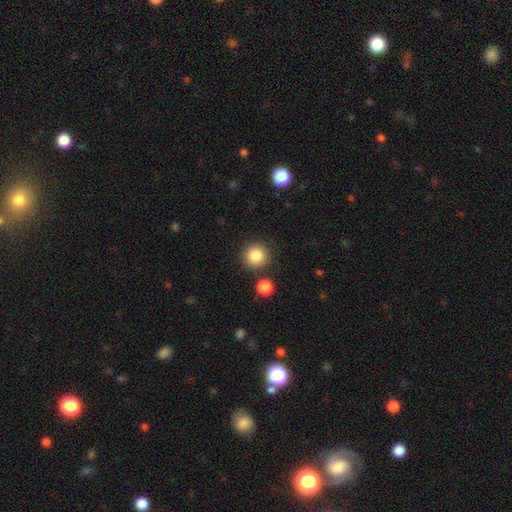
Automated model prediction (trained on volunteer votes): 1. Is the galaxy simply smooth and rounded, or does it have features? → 85% smooth, 9% star or artifact, 5% featured or disk.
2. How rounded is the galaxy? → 93% round, 6% in between, 1% cigar-shaped.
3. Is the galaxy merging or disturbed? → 85% none, 7% minor disturbance, 5% merger, 3% major disturbance.